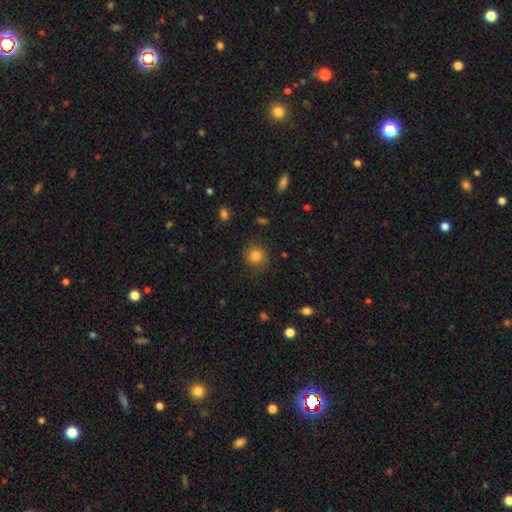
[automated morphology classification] The model was most divided on "smooth or featured": smooth: 83%, star or artifact: 11%, featured or disk: 5%. More confident: how rounded — round (89%); merging — none (84%).